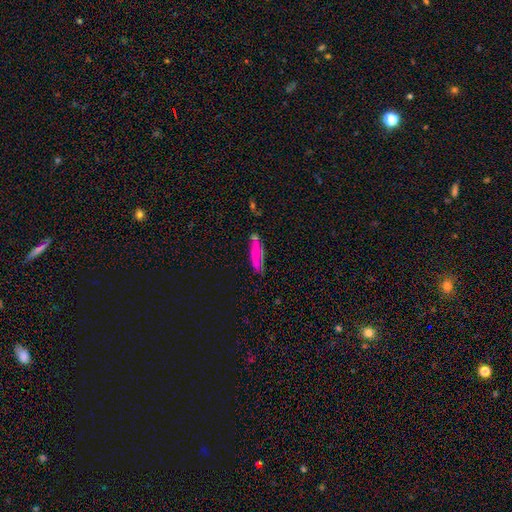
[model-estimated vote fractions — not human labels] Smooth or featured? Predicted: smooth (p=0.57). How rounded? Predicted: cigar-shaped (p=0.52). Merging? Predicted: none (p=0.58).